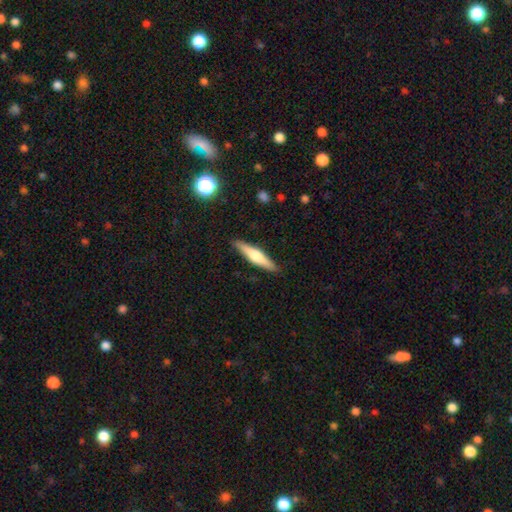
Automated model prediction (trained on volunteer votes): Smooth or featured? featured or disk (50%)
Merging? none (90%)